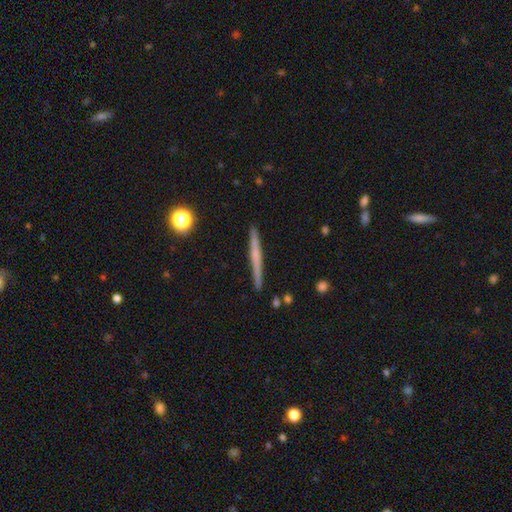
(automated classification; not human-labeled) Morphology: type=featured or disk (53%); edge-on=yes (98%); edge-on bulge=none (67%); merging=none (90%).